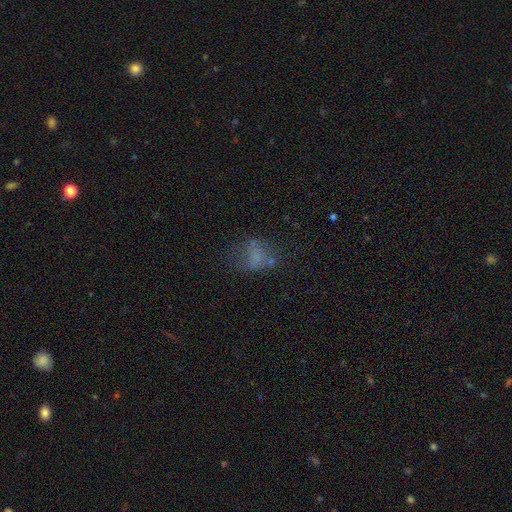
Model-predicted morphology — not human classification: Smooth or featured?
  - smooth: 57% *
  - featured or disk: 24%
  - star or artifact: 19%
How rounded?
  - in between: 61% *
  - round: 37%
  - cigar-shaped: 2%
Merging?
  - none: 45% *
  - major disturbance: 25%
  - minor disturbance: 23%
  - merger: 7%